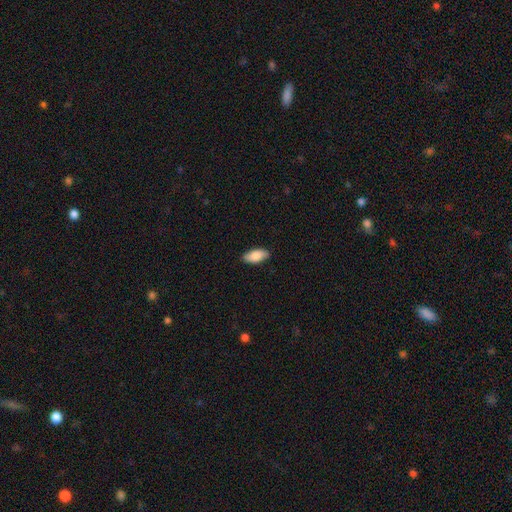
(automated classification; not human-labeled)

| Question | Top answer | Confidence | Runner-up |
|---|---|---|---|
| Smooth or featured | smooth | 84% | featured or disk (10%) |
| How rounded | in between | 89% | cigar-shaped (9%) |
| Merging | none | 88% | minor disturbance (9%) |